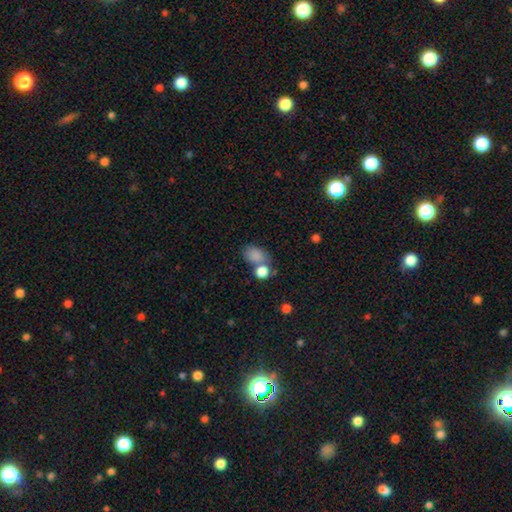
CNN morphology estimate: Smooth or featured?
  - smooth: 82% *
  - star or artifact: 11%
  - featured or disk: 7%
How rounded?
  - in between: 68% *
  - round: 31%
  - cigar-shaped: 1%
Merging?
  - none: 45% *
  - merger: 33%
  - minor disturbance: 14%
  - major disturbance: 8%